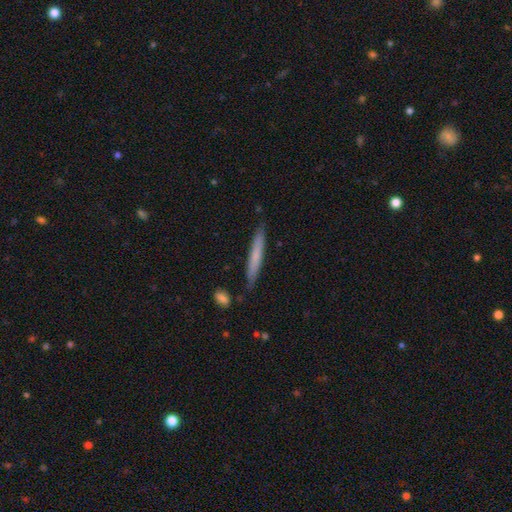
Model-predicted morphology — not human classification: A smooth galaxy with no disk features (62%) that is cigar-shaped (96%).

Vote fractions:
- Smooth or featured? smooth: 62% / featured or disk: 32% / star or artifact: 6%
- How rounded? cigar-shaped: 96% / in between: 3% / round: 1%
- Merging? none: 85% / minor disturbance: 11% / merger: 2% / major disturbance: 2%